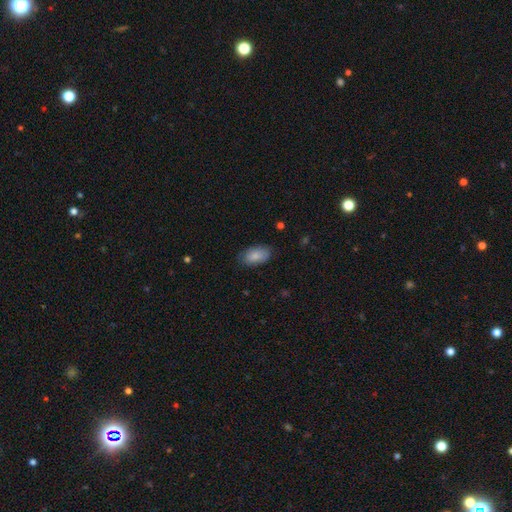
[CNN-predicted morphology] This is clearly a smooth galaxy (82%). How rounded: clearly in between (93%). Merging: likely none (77%).